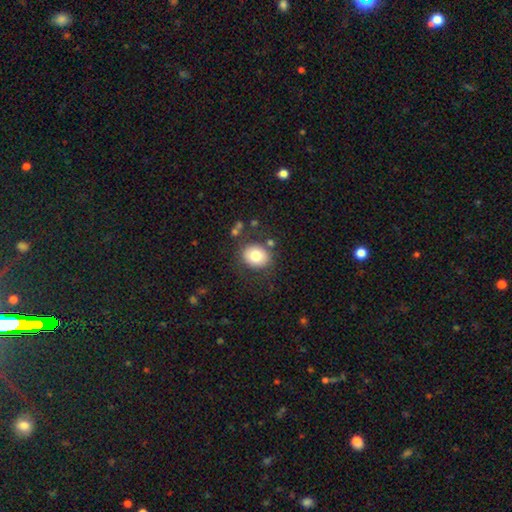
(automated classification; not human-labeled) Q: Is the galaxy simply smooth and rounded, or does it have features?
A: smooth — 78%.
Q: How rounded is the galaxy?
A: round — 59%.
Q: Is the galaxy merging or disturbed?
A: none — 79%.